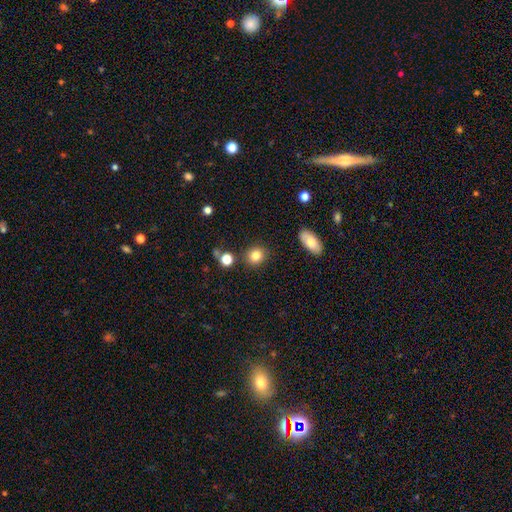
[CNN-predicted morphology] This is clearly a smooth galaxy (83%). How rounded: likely round (80%). Merging: clearly none (85%).